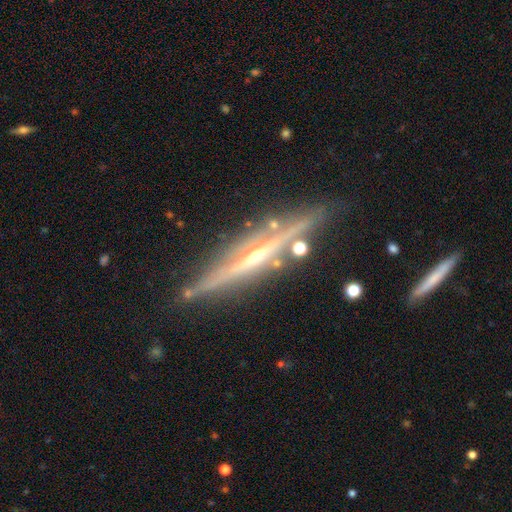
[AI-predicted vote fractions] This is clearly a featured or disk galaxy (86%). It is clearly viewed edge-on (97%). Edge-on bulge: likely rounded (71%). Merging: clearly none (83%).